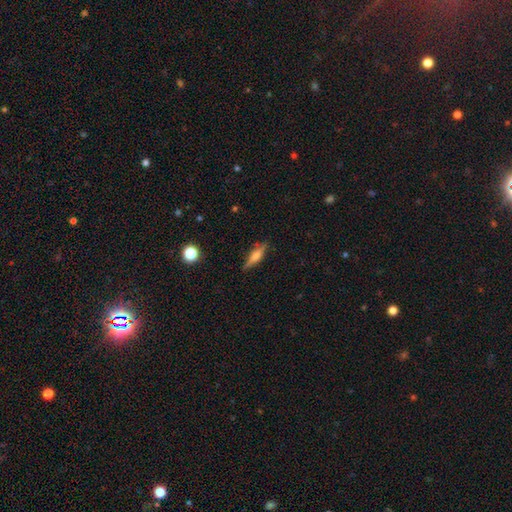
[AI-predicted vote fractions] Morphology: type=featured or disk (47%); merging=none (82%).